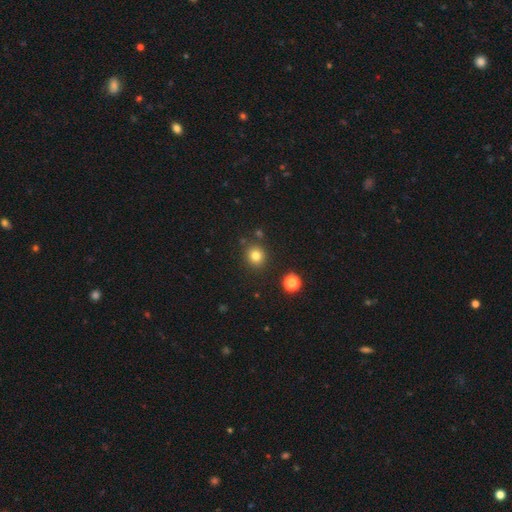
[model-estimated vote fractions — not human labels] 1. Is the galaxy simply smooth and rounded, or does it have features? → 80% smooth, 13% star or artifact, 6% featured or disk.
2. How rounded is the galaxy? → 85% round, 14% in between, 1% cigar-shaped.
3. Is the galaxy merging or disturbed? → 85% none, 8% minor disturbance, 4% merger, 3% major disturbance.